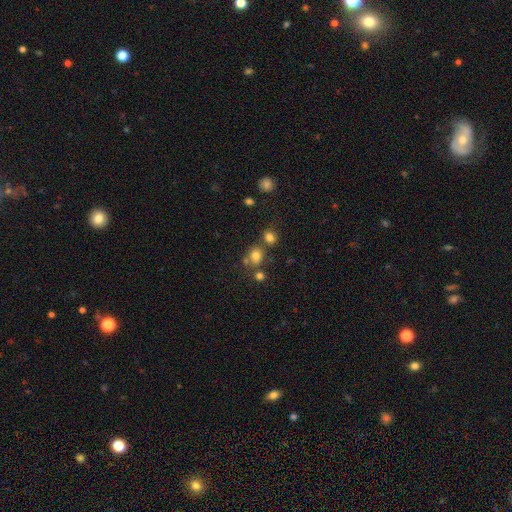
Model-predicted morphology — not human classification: Smooth or featured? Predicted: smooth (p=0.73). How rounded? Predicted: round (p=0.76). Merging? Predicted: none (p=0.61).